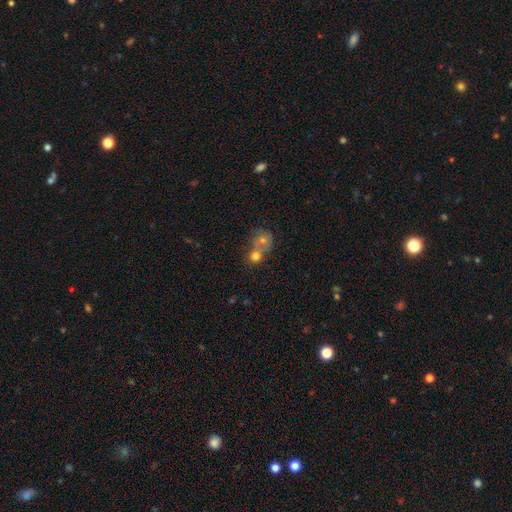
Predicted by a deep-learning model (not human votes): Smooth or featured? smooth (74%)
How rounded? round (80%)
Merging? merger (57%)